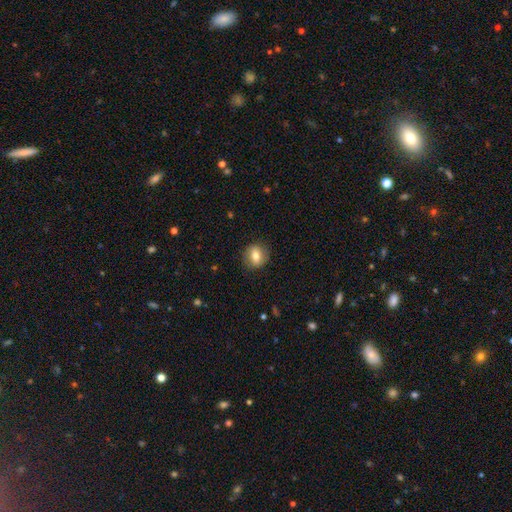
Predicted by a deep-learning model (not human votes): Smooth or featured? Predicted: smooth (p=0.73). How rounded? Predicted: round (p=0.65). Merging? Predicted: none (p=0.87).